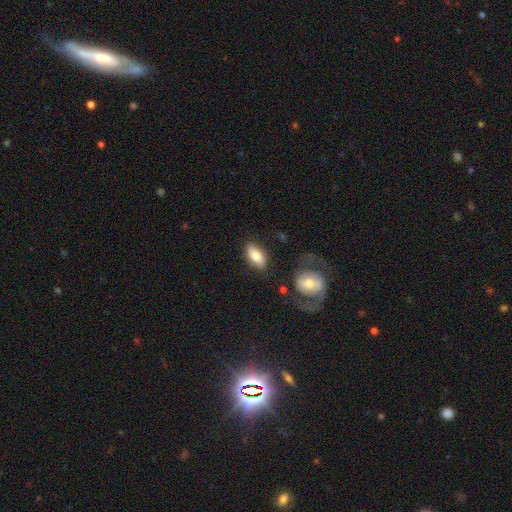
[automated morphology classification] This appears to be a smooth galaxy with no disk features (73%) that is in between round and cigar-shaped (87%). Merging: none (79%).